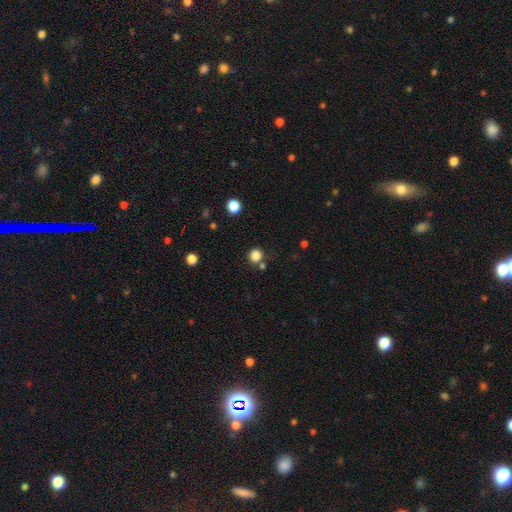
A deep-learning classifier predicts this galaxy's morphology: Smooth or featured? Predicted: smooth (p=0.83). How rounded? Predicted: round (p=0.88). Merging? Predicted: none (p=0.77).